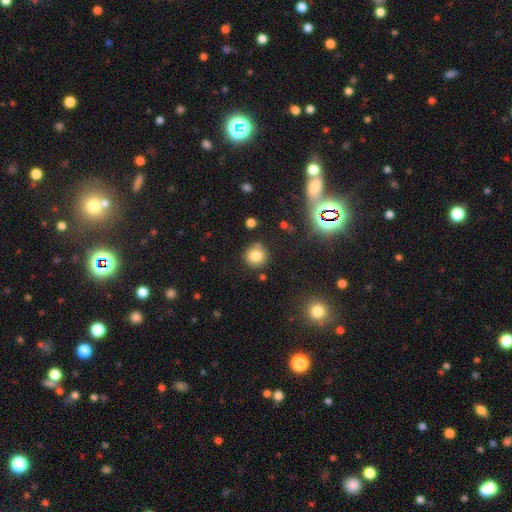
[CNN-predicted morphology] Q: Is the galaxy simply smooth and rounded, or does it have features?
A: smooth — 79%.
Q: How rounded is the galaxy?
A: round — 91%.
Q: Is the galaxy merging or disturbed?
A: none — 80%.